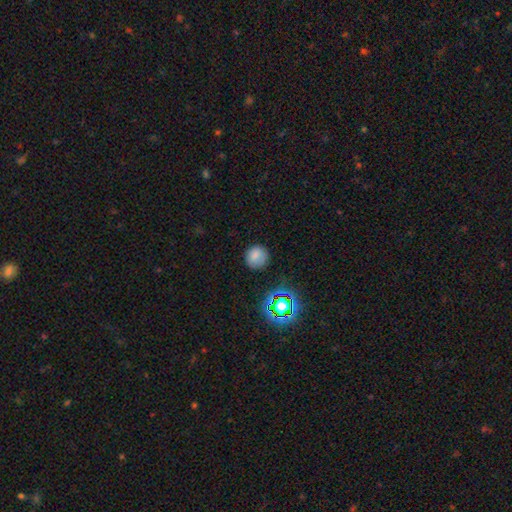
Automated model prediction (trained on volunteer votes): Smooth or featured?
  - smooth: 78% *
  - star or artifact: 15%
  - featured or disk: 7%
How rounded?
  - round: 91% *
  - in between: 8%
  - cigar-shaped: 1%
Merging?
  - none: 84% *
  - minor disturbance: 11%
  - major disturbance: 3%
  - merger: 1%